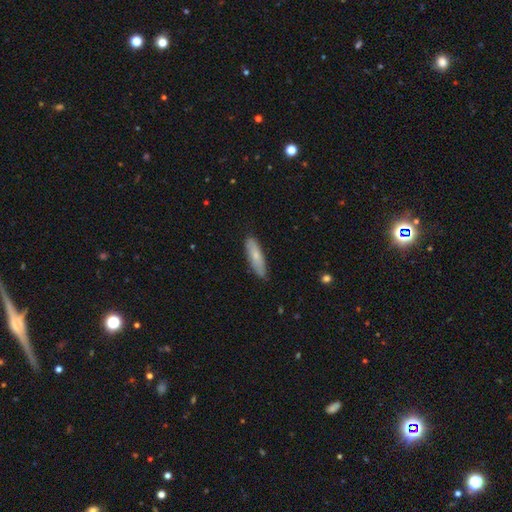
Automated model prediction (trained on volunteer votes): Overall: smooth (68%). How rounded: cigar-shaped (67%; in between 31%). Merging: none (85%).